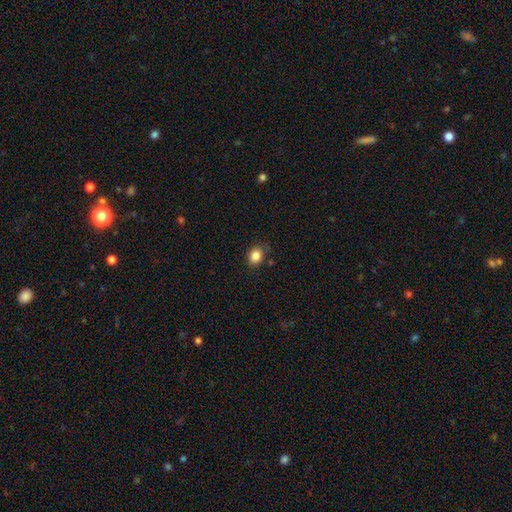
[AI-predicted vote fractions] The model was most divided on "how rounded": in between: 57%, round: 42%, cigar-shaped: 1%. More confident: smooth or featured — smooth (85%); merging — none (80%).